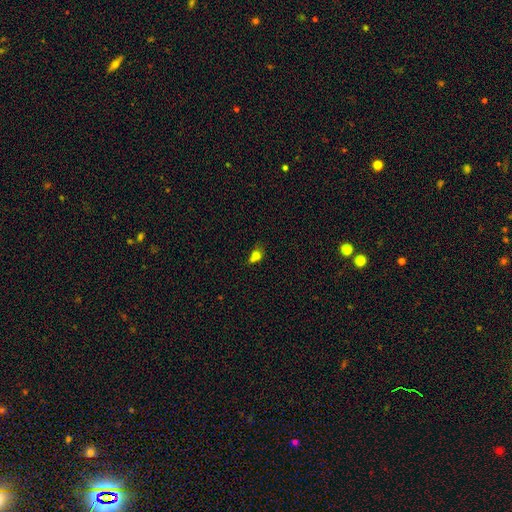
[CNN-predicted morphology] Smooth or featured? smooth (72%)
How rounded? in between (51%)
Merging? merger (33%)